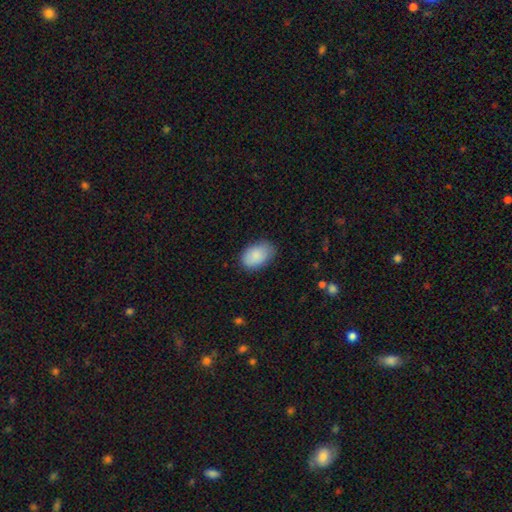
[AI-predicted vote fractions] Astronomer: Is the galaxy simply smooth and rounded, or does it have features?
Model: smooth — 87%.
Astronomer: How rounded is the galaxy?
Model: in between — 89%.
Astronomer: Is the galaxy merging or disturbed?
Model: none — 76%.